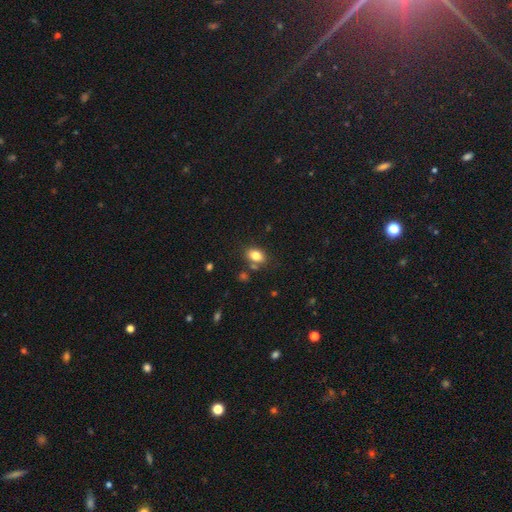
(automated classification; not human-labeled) smooth_or_featured: smooth (p=0.81) [alt: star or artifact p=0.10]
how_rounded: in between (p=0.75) [alt: round p=0.24]
merging: none (p=0.74) [alt: minor disturbance p=0.13]